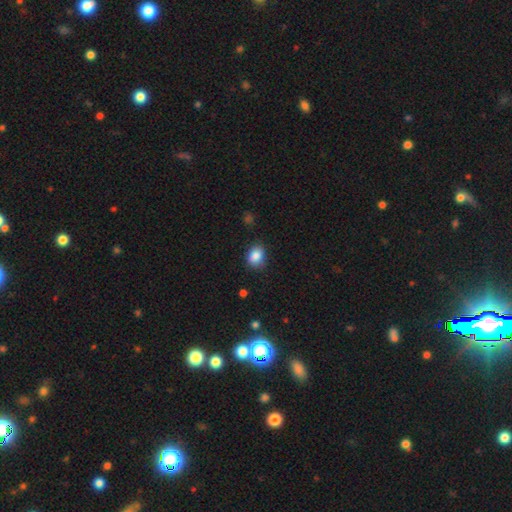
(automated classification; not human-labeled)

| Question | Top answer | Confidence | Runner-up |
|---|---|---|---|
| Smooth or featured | smooth | 86% | star or artifact (9%) |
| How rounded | in between | 55% | round (44%) |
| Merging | none | 78% | minor disturbance (17%) |